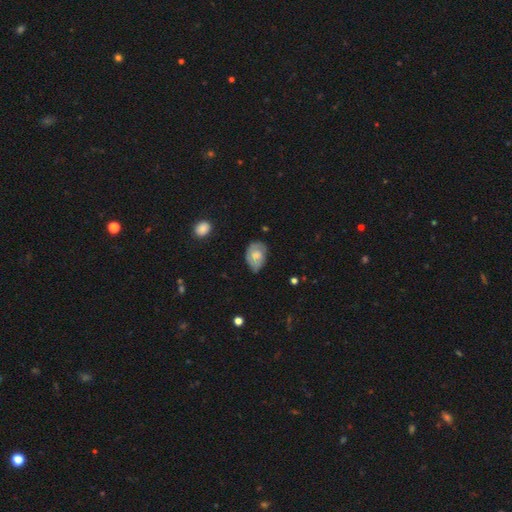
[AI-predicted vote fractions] Overall: smooth (51%; featured or disk 42%). How rounded: in between (80%). Merging: none (54%; minor disturbance 35%).